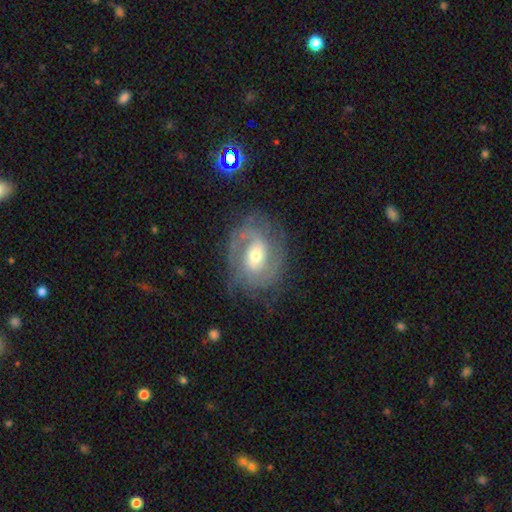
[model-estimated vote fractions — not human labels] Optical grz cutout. It shows a featured or disk galaxy (82%) with a weak bar (46%), 2 (55%) tight (53%) spiral arms (93%) and a moderate central bulge (60%). Merging: none (75%).